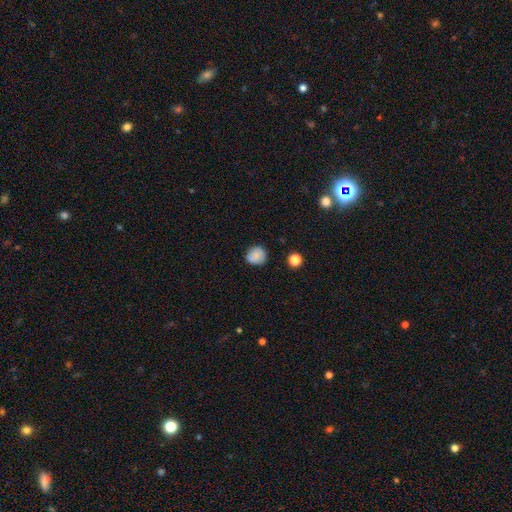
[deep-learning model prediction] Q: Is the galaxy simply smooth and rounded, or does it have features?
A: smooth — 81%.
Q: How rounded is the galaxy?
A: round — 84%.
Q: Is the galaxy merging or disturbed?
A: none — 76%.